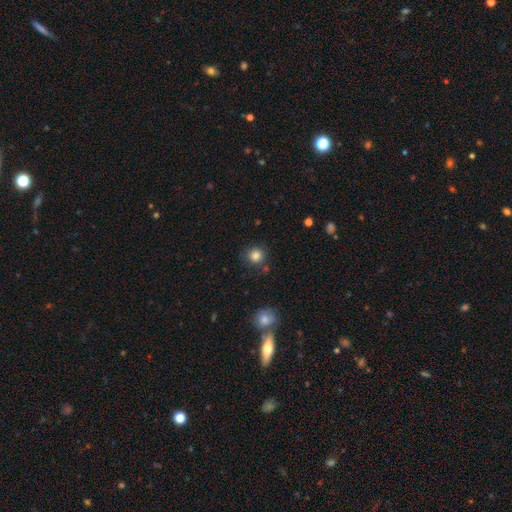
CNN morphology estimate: type=smooth (83%); roundness=round (89%); merging=none (81%).